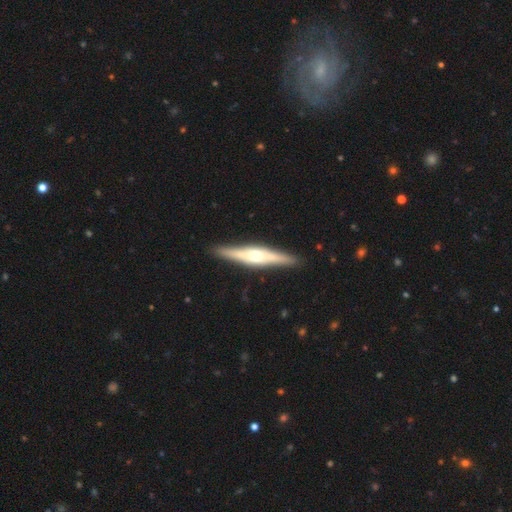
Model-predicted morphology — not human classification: The model was most divided on "smooth or featured": featured or disk: 72%, smooth: 23%, star or artifact: 5%. More confident: edge-on disk — yes (95%); merging — none (90%); edge-on bulge — rounded (86%).